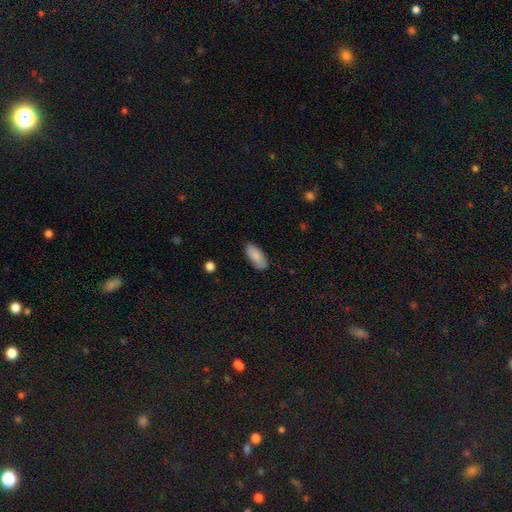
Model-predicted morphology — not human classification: smooth_or_featured: smooth (p=0.87) [alt: featured or disk p=0.07]
how_rounded: in between (p=0.87) [alt: cigar-shaped p=0.11]
merging: none (p=0.85) [alt: minor disturbance p=0.12]